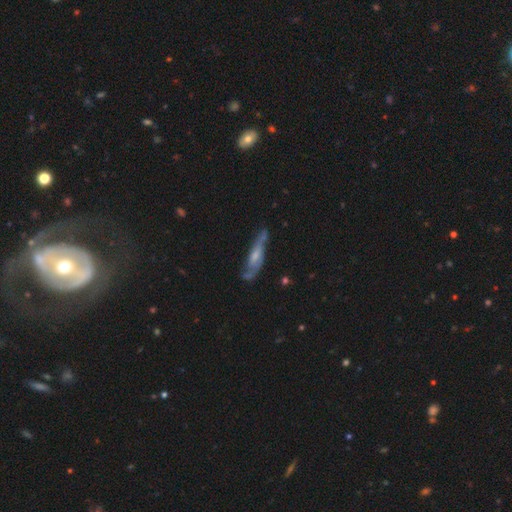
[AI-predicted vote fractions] This appears to be a featured or disk galaxy (67%). Merging: none (62%).